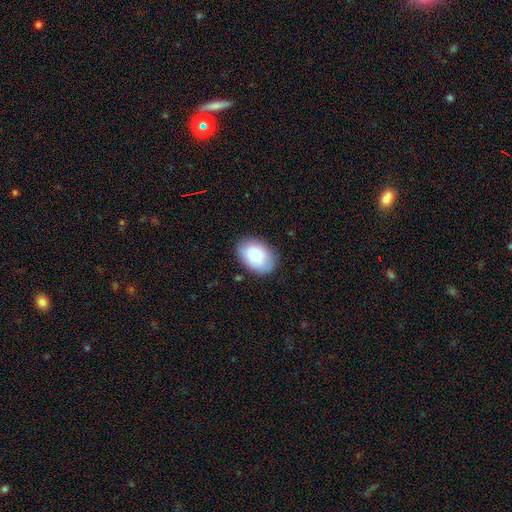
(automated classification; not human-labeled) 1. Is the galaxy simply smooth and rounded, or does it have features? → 83% smooth, 10% featured or disk, 6% star or artifact.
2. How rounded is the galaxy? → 86% in between, 13% round, 1% cigar-shaped.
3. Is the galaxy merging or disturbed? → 82% none, 14% minor disturbance, 3% major disturbance, 1% merger.